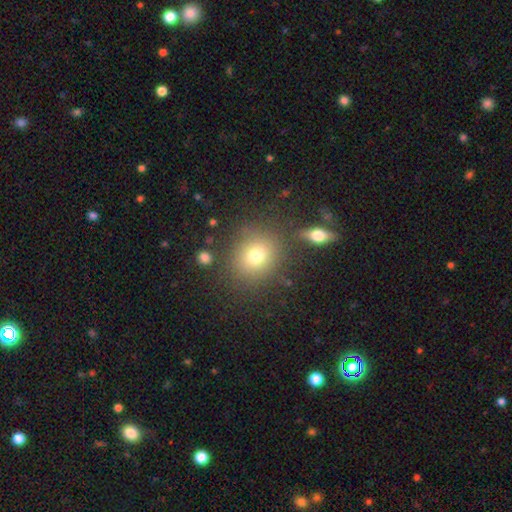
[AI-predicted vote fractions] This is likely a smooth galaxy (74%). How rounded: likely round (71%). Merging: clearly none (81%).